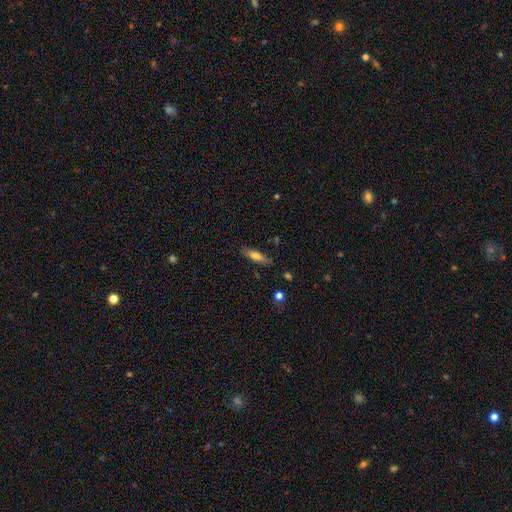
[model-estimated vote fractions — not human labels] A smooth galaxy with no disk features (69%) that is cigar-shaped (63%).

Vote fractions:
- Smooth or featured? smooth: 69% / featured or disk: 23% / star or artifact: 7%
- How rounded? cigar-shaped: 63% / in between: 35% / round: 2%
- Merging? none: 83% / minor disturbance: 12% / major disturbance: 3% / merger: 2%